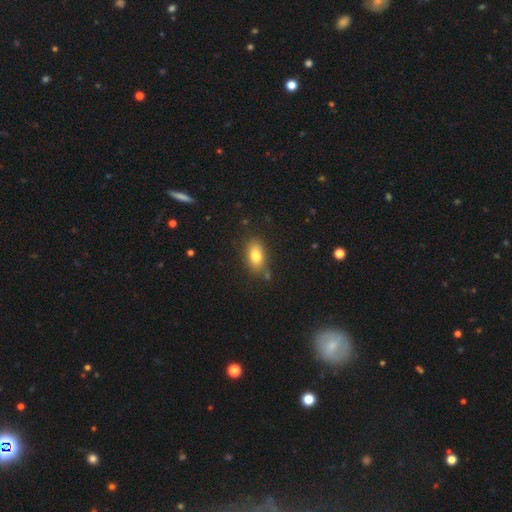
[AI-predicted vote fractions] smooth-or-featured: smooth: 81% | featured or disk: 11% | star or artifact: 8%
  how-rounded: in between: 88% | round: 8% | cigar-shaped: 4%
  merging: none: 75% | minor disturbance: 17% | merger: 4% | major disturbance: 4%